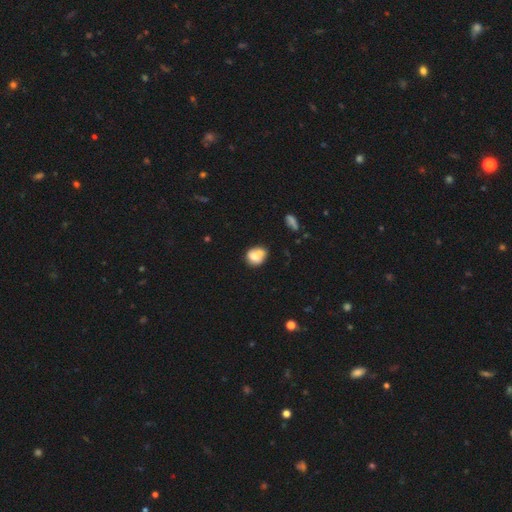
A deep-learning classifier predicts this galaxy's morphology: type=smooth (70%); roundness=round (60%); merging=merger (40%).